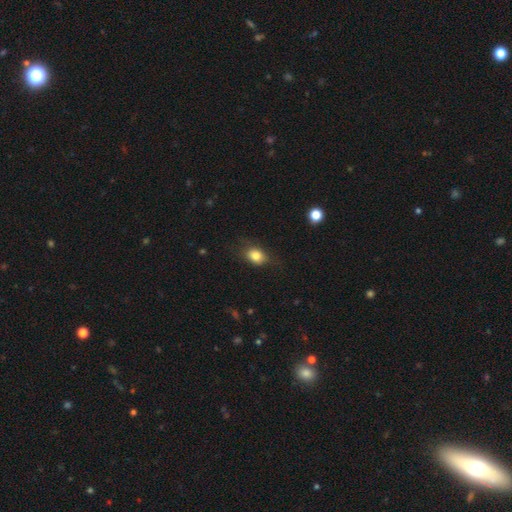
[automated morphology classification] Smooth or featured? smooth (81%)
How rounded? in between (67%)
Merging? none (70%)